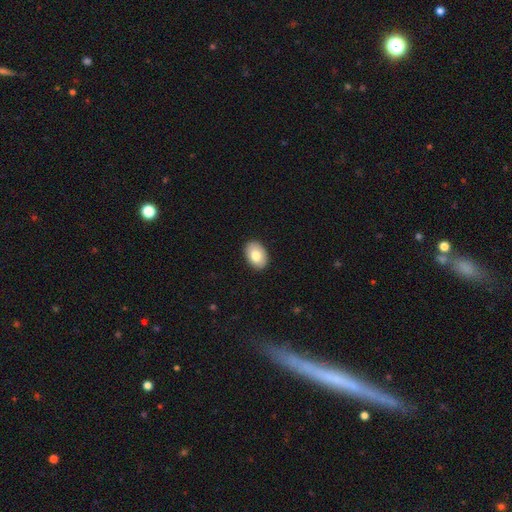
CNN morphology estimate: Smooth or featured: smooth — 80% (featured or disk — 13%)
How rounded: in between — 88% (round — 11%)
Merging: none — 90% (minor disturbance — 8%)